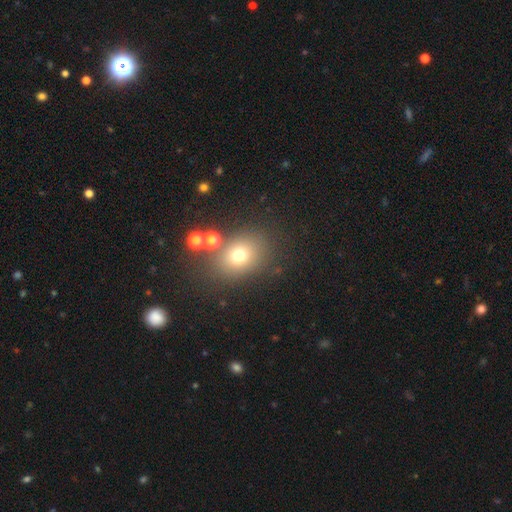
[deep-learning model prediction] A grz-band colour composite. It shows a smooth galaxy with no disk features (56%) that is round (57%). Merging: none (75%).